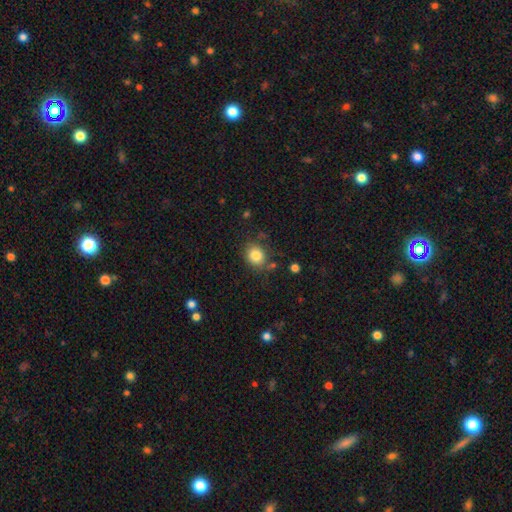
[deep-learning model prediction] smooth_or_featured: smooth (p=0.83) [alt: star or artifact p=0.10]
how_rounded: round (p=0.70) [alt: in between p=0.29]
merging: none (p=0.77) [alt: minor disturbance p=0.14]